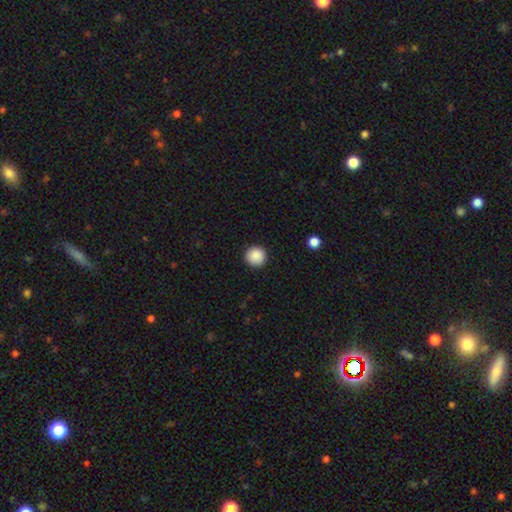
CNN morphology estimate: Q: Smooth or featured?
A: smooth (89%); runner-up: star or artifact (8%)
Q: How rounded?
A: round (96%); runner-up: in between (3%)
Q: Merging?
A: none (92%); runner-up: minor disturbance (5%)